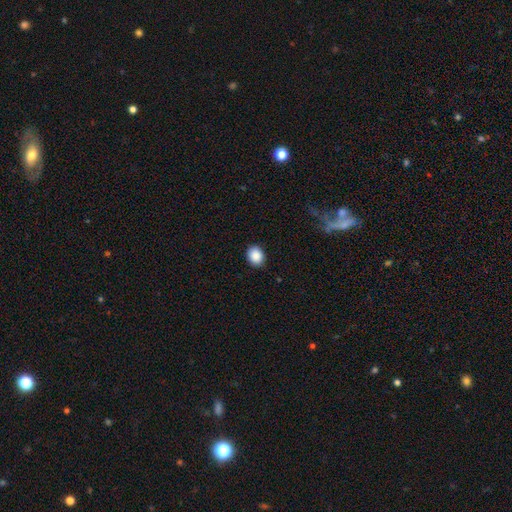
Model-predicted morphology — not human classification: smooth-or-featured: smooth: 89% | star or artifact: 8% | featured or disk: 3%
  how-rounded: round: 56% | in between: 43% | cigar-shaped: 1%
  merging: none: 89% | minor disturbance: 8% | major disturbance: 2% | merger: 1%